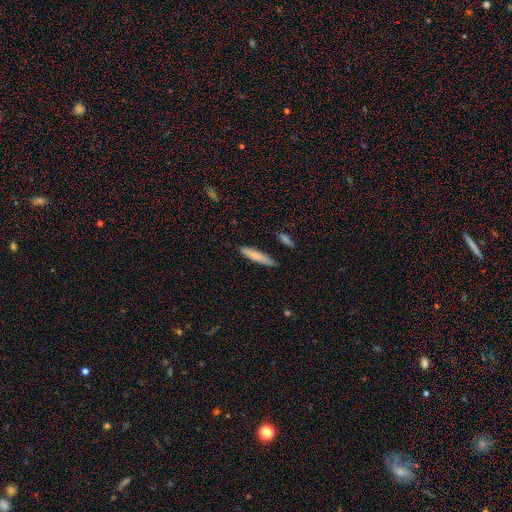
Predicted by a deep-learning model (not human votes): The model was most divided on "smooth or featured": smooth: 80%, featured or disk: 14%, star or artifact: 6%. More confident: how rounded — cigar-shaped (86%); merging — none (82%).